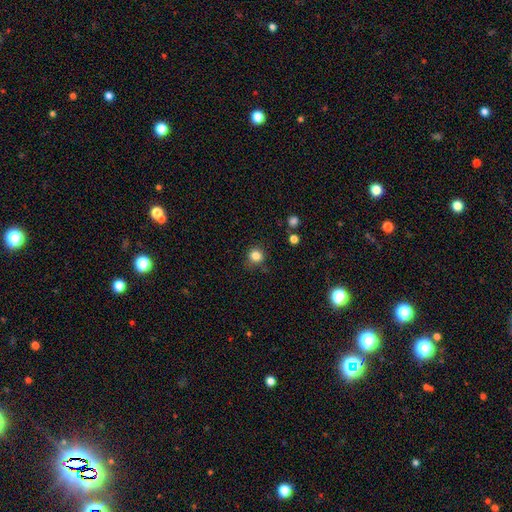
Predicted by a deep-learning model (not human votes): smooth-or-featured: smooth: 83% | star or artifact: 12% | featured or disk: 5%
  how-rounded: round: 89% | in between: 10% | cigar-shaped: 1%
  merging: none: 81% | minor disturbance: 13% | major disturbance: 3% | merger: 2%